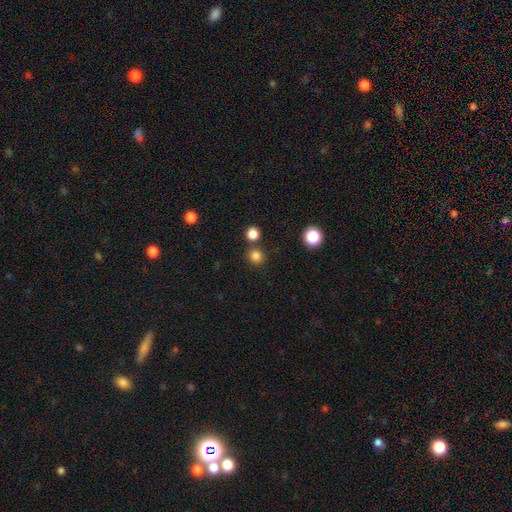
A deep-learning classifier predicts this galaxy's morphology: smooth_or_featured: smooth (p=0.82) [alt: star or artifact p=0.14]
how_rounded: round (p=0.92) [alt: in between p=0.07]
merging: none (p=0.80) [alt: merger p=0.11]